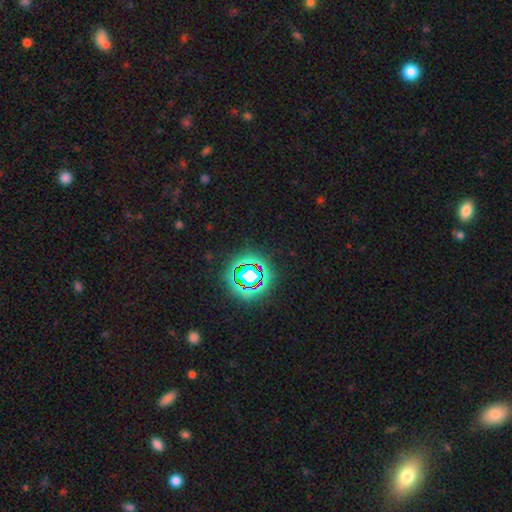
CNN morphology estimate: Overall: star or artifact (78%).